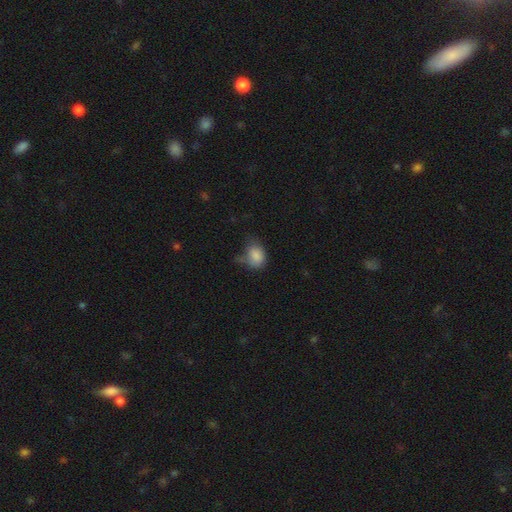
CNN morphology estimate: Overall: smooth (84%). How rounded: in between (66%; round 32%). Merging: none (42%; minor disturbance 36%).